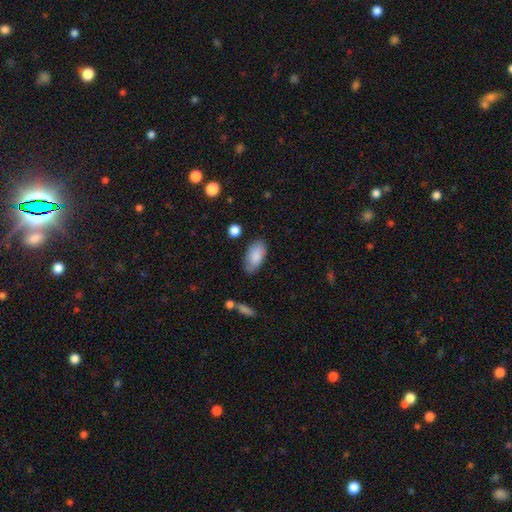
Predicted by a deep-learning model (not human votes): Q: Smooth or featured?
A: smooth (85%); runner-up: featured or disk (8%)
Q: How rounded?
A: in between (93%); runner-up: cigar-shaped (4%)
Q: Merging?
A: none (75%); runner-up: minor disturbance (19%)